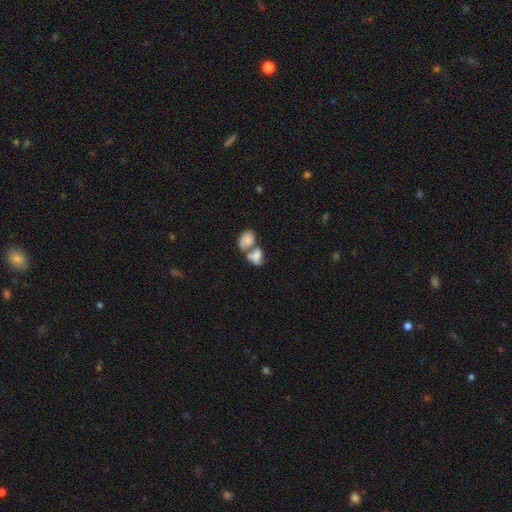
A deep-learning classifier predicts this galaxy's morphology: smooth-or-featured: smooth: 67% | featured or disk: 25% | star or artifact: 9%
  how-rounded: in between: 81% | round: 17% | cigar-shaped: 2%
  merging: merger: 70% | none: 16% | minor disturbance: 8% | major disturbance: 6%